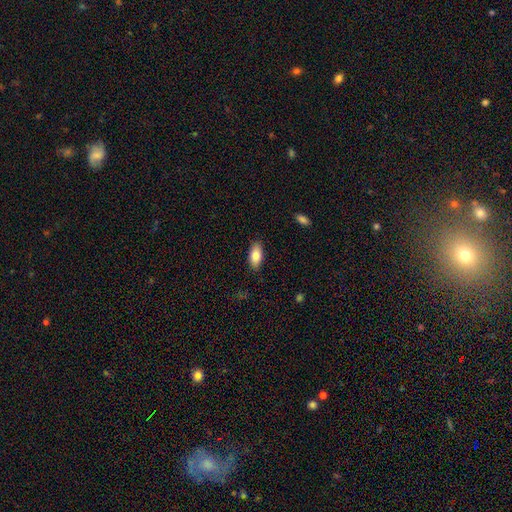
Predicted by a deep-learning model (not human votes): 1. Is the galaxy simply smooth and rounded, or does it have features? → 83% smooth, 11% featured or disk, 7% star or artifact.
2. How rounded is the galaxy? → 91% in between, 6% cigar-shaped, 3% round.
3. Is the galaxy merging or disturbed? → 87% none, 10% minor disturbance, 2% major disturbance, 1% merger.